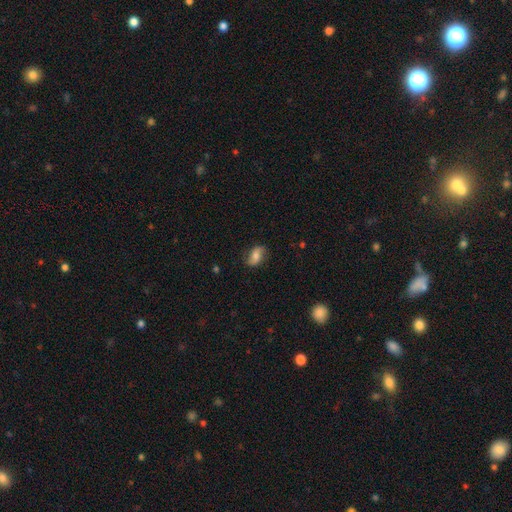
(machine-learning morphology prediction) This is possibly a smooth galaxy (55%). How rounded: clearly in between (86%). Merging: likely none (76%).